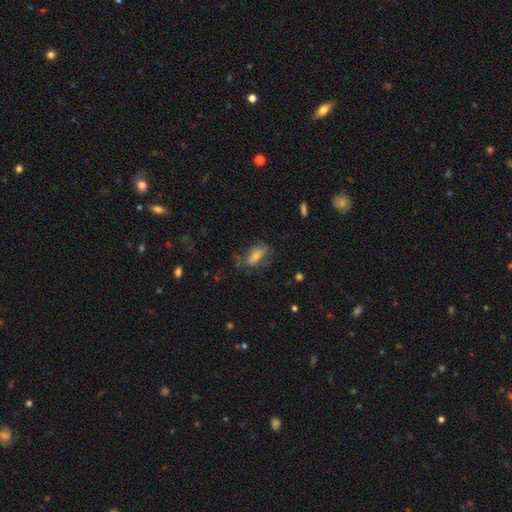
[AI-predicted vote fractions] The model was most divided on "merging": none: 49%, minor disturbance: 27%, major disturbance: 21%, merger: 3%. More confident: how rounded — in between (84%); smooth or featured — smooth (63%).